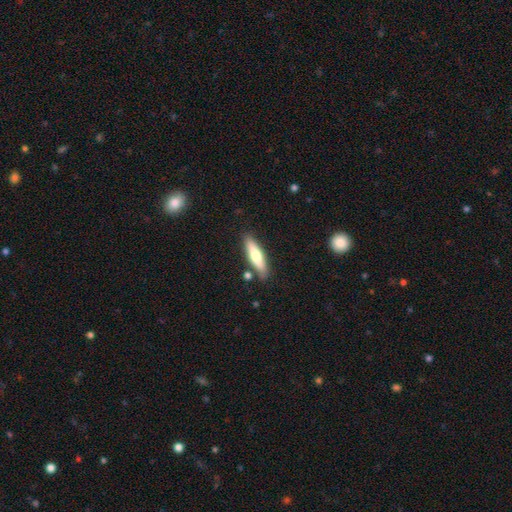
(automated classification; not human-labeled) A smooth galaxy with no disk features (62%) that is cigar-shaped (70%).

Vote fractions:
- Smooth or featured? smooth: 62% / featured or disk: 32% / star or artifact: 6%
- How rounded? cigar-shaped: 70% / in between: 29% / round: 2%
- Merging? none: 82% / minor disturbance: 11% / merger: 4% / major disturbance: 2%